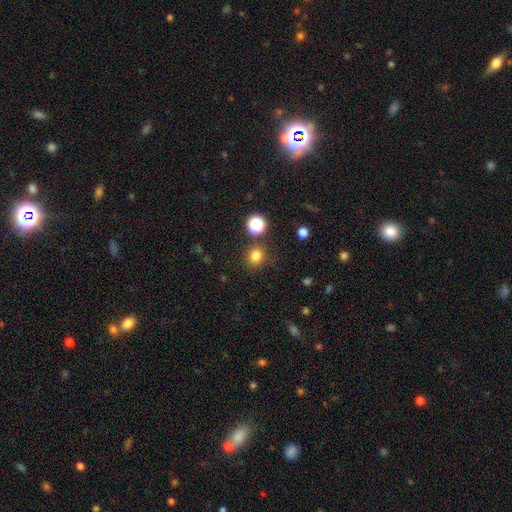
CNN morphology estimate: Smooth or featured? Predicted: smooth (p=0.79). How rounded? Predicted: round (p=0.83). Merging? Predicted: none (p=0.84).